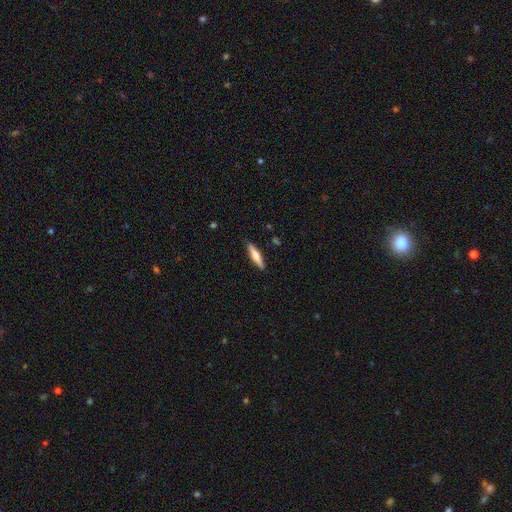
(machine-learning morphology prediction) Smooth or featured?
  - smooth: 59% *
  - featured or disk: 35%
  - star or artifact: 6%
How rounded?
  - cigar-shaped: 80% *
  - in between: 19%
  - round: 2%
Merging?
  - none: 88% *
  - minor disturbance: 9%
  - major disturbance: 2%
  - merger: 1%